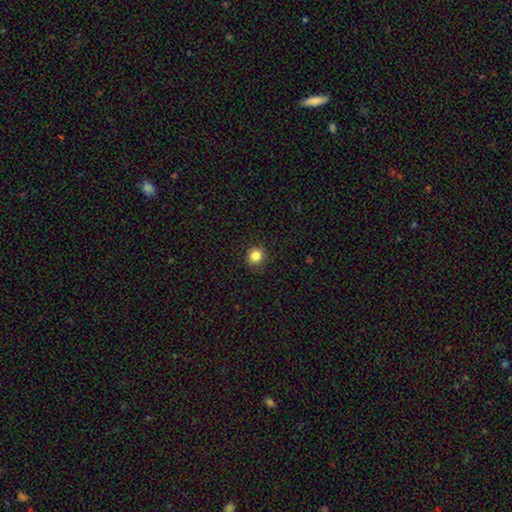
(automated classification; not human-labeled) Q: Smooth or featured?
A: smooth (84%); runner-up: star or artifact (11%)
Q: How rounded?
A: round (91%); runner-up: in between (9%)
Q: Merging?
A: none (91%); runner-up: minor disturbance (6%)